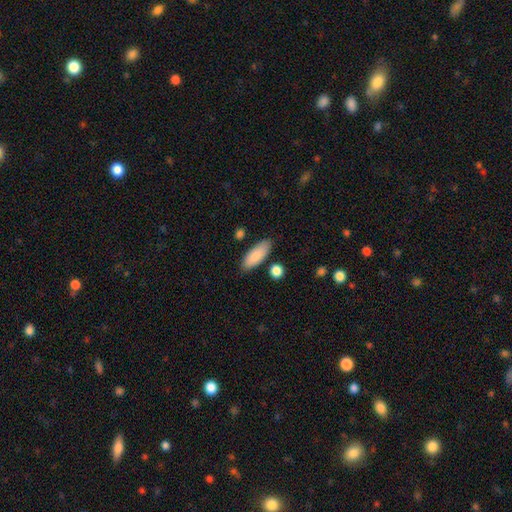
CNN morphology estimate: smooth_or_featured: smooth (p=0.87) [alt: featured or disk p=0.07]
how_rounded: in between (p=0.74) [alt: cigar-shaped p=0.24]
merging: none (p=0.83) [alt: minor disturbance p=0.10]